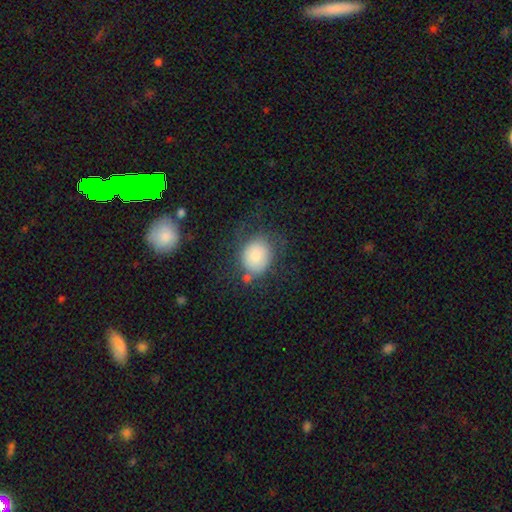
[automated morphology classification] A smooth galaxy with no disk features (76%) that is round (59%). Merging: none (50%).